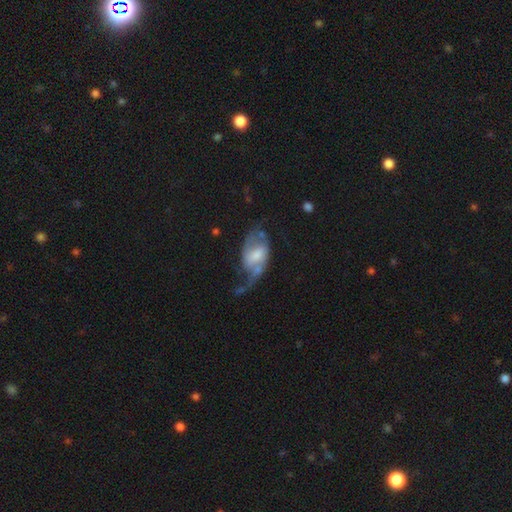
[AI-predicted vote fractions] Morphology: type=featured or disk (75%); edge-on=no (96%); bar=weak (50%); spiral arms=yes (90%); winding=loose (60%); arm count=2 (81%); bulge=moderate (43%); merging=none (40%).